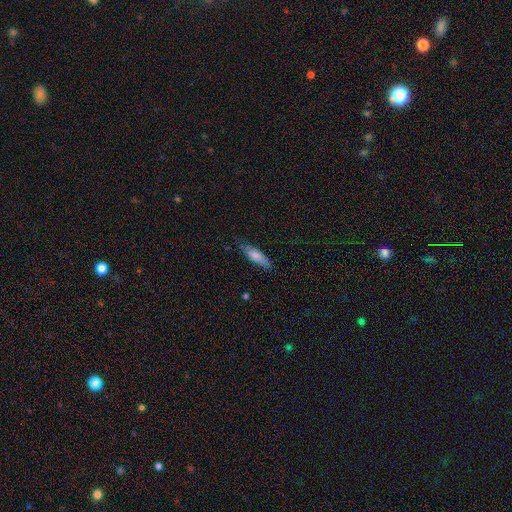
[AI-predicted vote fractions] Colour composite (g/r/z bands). It shows a smooth galaxy with no disk features (75%) that is cigar-shaped (58%). Merging: none (70%).